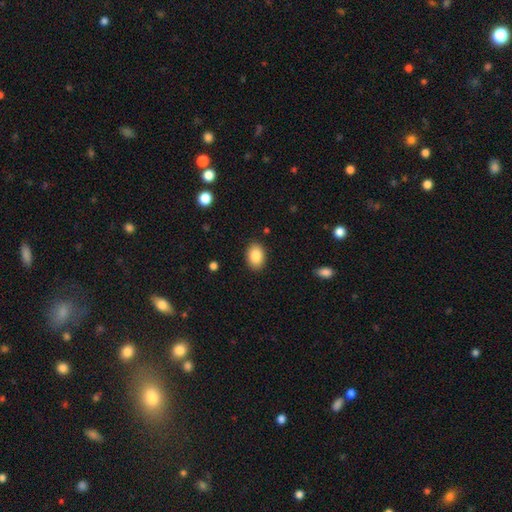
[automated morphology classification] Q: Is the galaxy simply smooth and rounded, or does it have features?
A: smooth — 87%.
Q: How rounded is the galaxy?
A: in between — 82%.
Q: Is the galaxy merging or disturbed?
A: none — 88%.